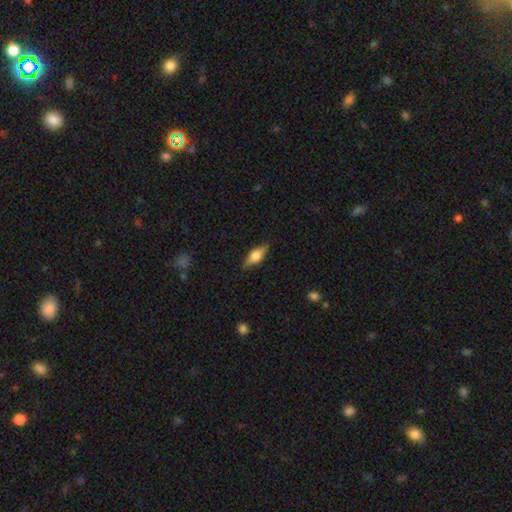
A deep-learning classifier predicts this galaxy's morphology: A smooth galaxy with no disk features (60%) that is in between round and cigar-shaped (65%). Merging: none (84%).